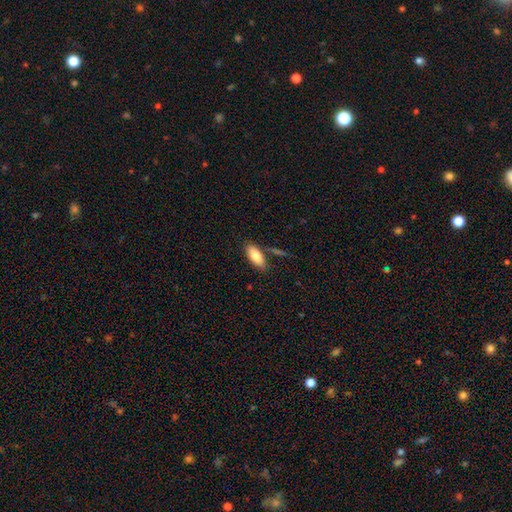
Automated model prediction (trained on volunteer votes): Overall: smooth (81%). How rounded: in between (85%). Merging: none (77%).